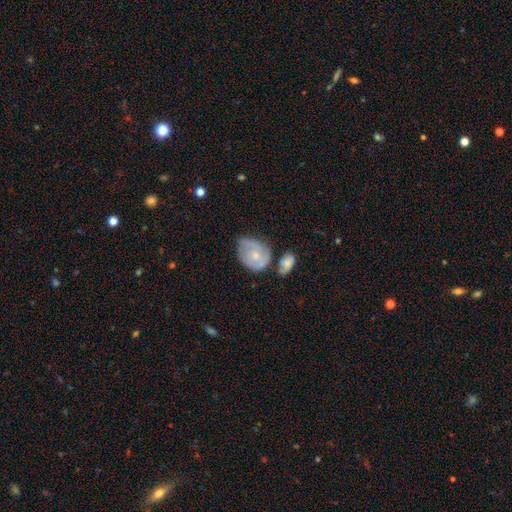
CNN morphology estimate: Smooth or featured? featured or disk (53%)
Edge-on disk? no (97%)
Bar? no (79%)
Spiral arms? yes (68%)
Bulge size? small (48%)
Merging? none (38%)